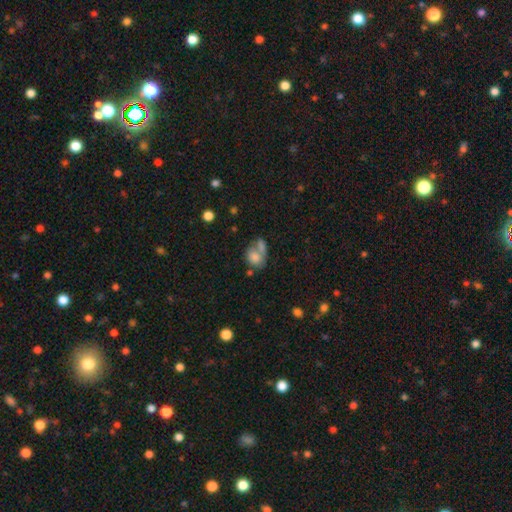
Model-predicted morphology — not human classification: smooth 76%, featured or disk 15%, star or artifact 9%. Down the decision tree: how rounded — in between (57%); merging — merger (52%).